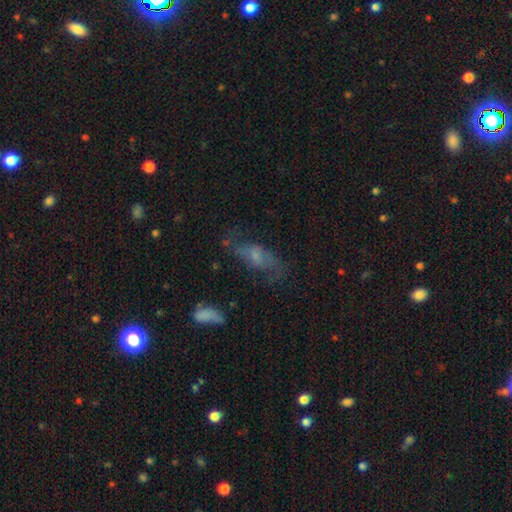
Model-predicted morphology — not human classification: This is possibly a featured or disk galaxy (55%). It is clearly not viewed edge-on (87%). Merging: possibly none (59%).